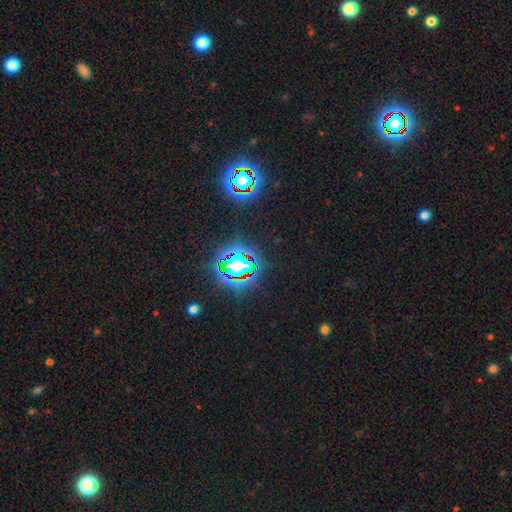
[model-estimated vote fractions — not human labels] Smooth or featured? Predicted: star or artifact (p=0.83).